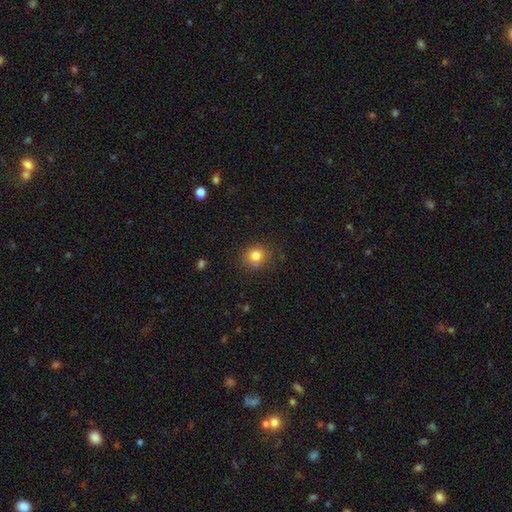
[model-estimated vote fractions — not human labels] Smooth or featured? smooth (81%)
How rounded? round (82%)
Merging? none (79%)